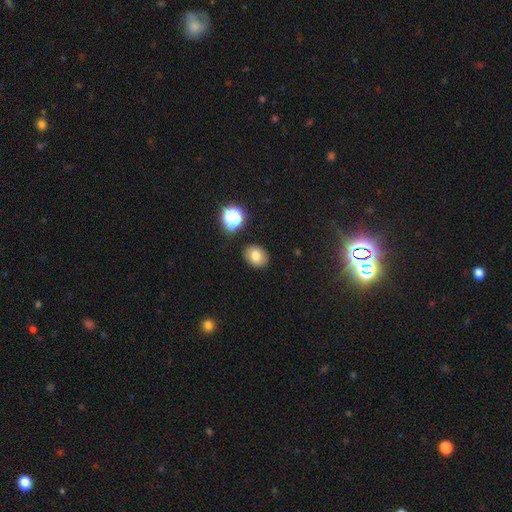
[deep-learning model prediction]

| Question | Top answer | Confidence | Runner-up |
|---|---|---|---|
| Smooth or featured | smooth | 77% | star or artifact (12%) |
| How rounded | in between | 51% | round (48%) |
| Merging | none | 86% | minor disturbance (9%) |